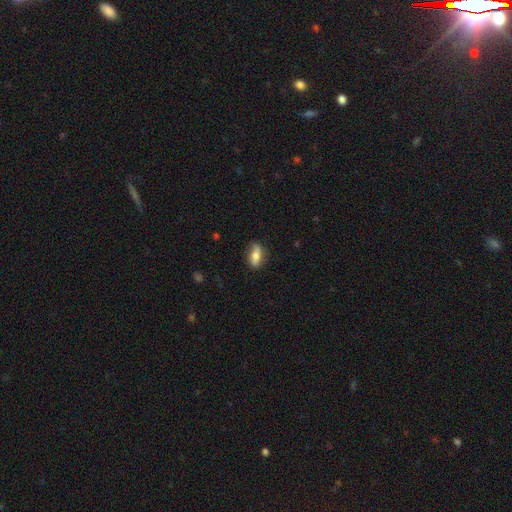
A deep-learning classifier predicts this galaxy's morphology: Q: Smooth or featured?
A: smooth (64%); runner-up: featured or disk (29%)
Q: How rounded?
A: in between (74%); runner-up: cigar-shaped (21%)
Q: Merging?
A: none (75%); runner-up: minor disturbance (19%)